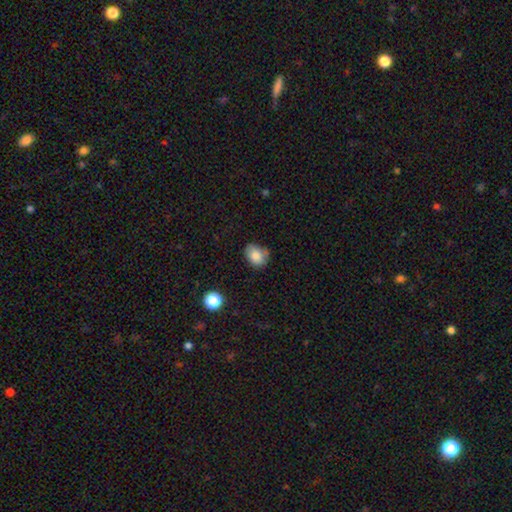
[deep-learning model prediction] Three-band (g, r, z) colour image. It shows a smooth galaxy with no disk features (82%) that is in between round and cigar-shaped (57%). Merging: none (63%).